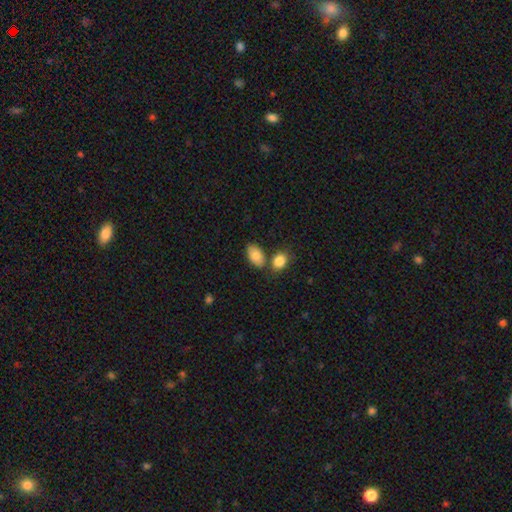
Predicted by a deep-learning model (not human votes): smooth_or_featured: smooth (p=0.86) [alt: star or artifact p=0.07]
how_rounded: in between (p=0.92) [alt: round p=0.07]
merging: none (p=0.63) [alt: merger p=0.20]